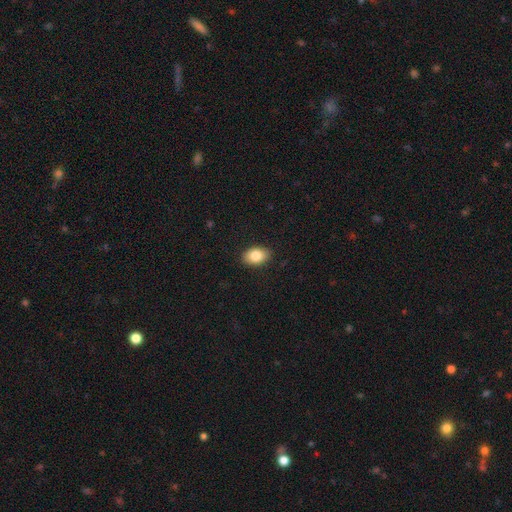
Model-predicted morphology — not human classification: smooth-or-featured: smooth: 84% | featured or disk: 9% | star or artifact: 7%
  how-rounded: in between: 87% | round: 12% | cigar-shaped: 1%
  merging: none: 89% | minor disturbance: 8% | major disturbance: 2% | merger: 1%